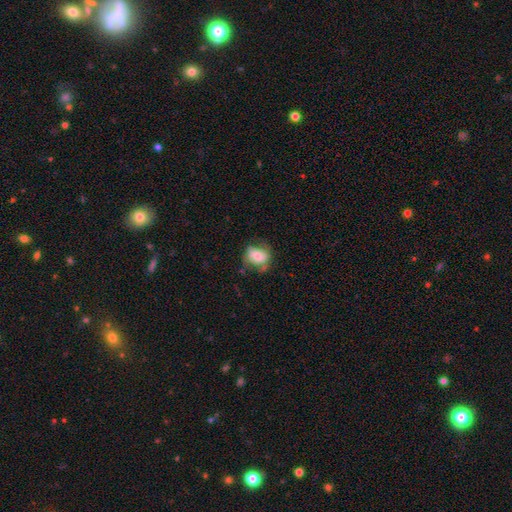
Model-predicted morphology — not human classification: A smooth galaxy with no disk features (67%) that is in between round and cigar-shaped (60%). Merging: none (50%).